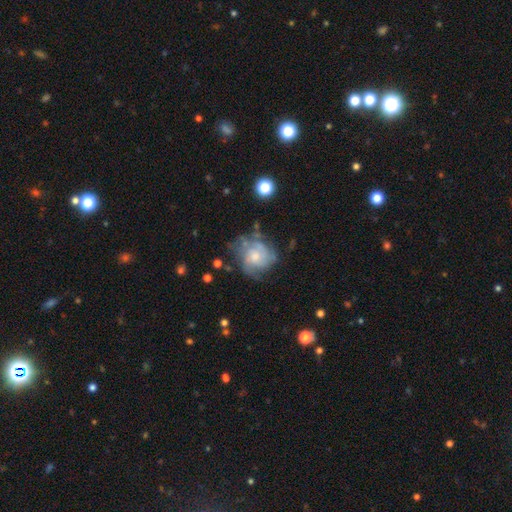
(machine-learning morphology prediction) featured or disk 61%, smooth 30%, star or artifact 9%. Down the decision tree: edge-on disk — no (98%); bar — no (79%); spiral arms — yes (68%); bulge size — moderate (49%); merging — none (48%).